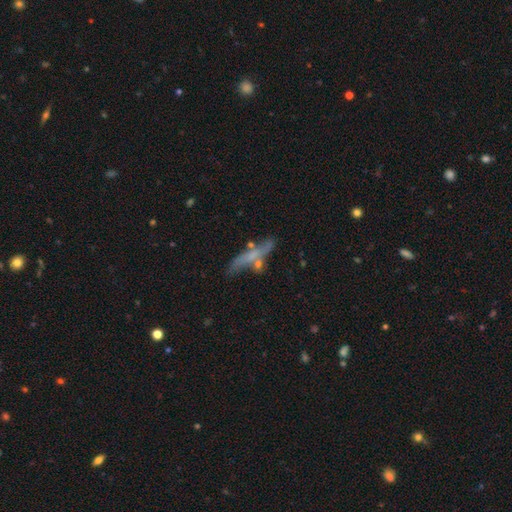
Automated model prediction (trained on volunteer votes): This is possibly a featured or disk galaxy (51%). It is likely viewed edge-on (64%). Merging: possibly none (53%).